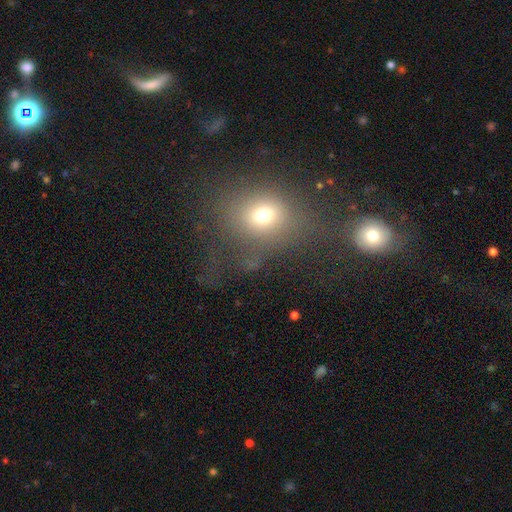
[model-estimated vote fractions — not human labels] Morphology: type=smooth (57%); roundness=round (73%); merging=none (56%).